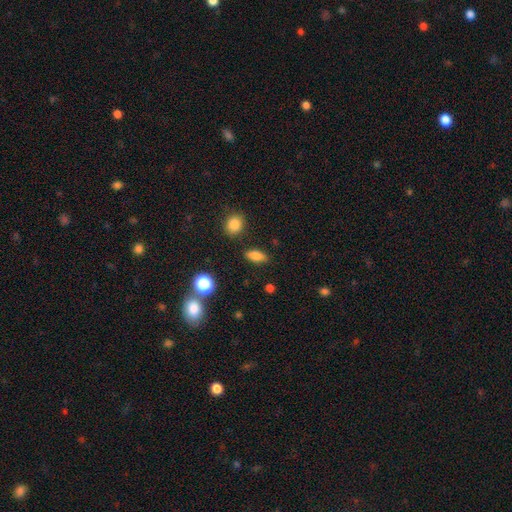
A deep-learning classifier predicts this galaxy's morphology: type=smooth (80%); roundness=in between (79%); merging=none (86%).